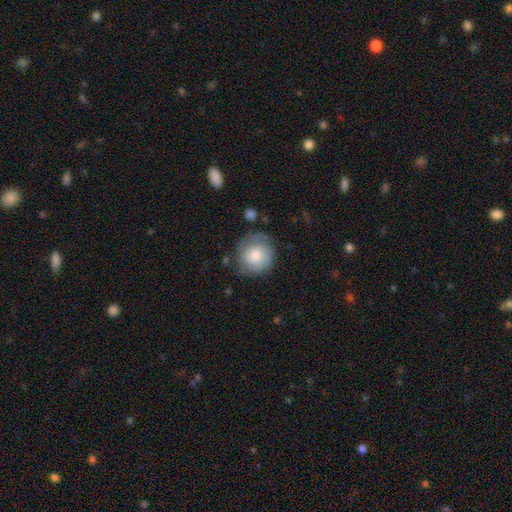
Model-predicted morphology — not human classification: type=smooth (60%); roundness=round (89%); merging=none (67%).